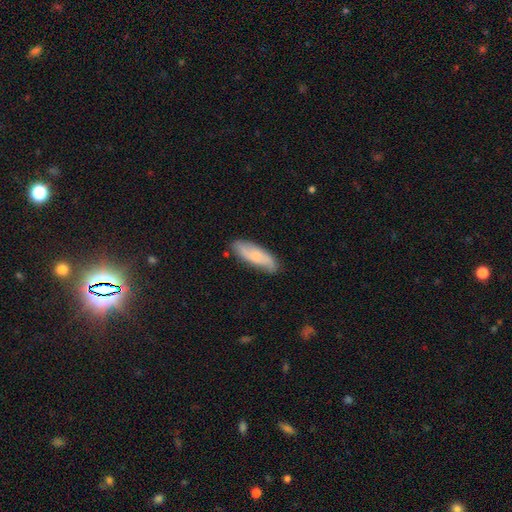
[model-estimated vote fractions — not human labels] Q: Smooth or featured?
A: smooth (55%); runner-up: featured or disk (39%)
Q: How rounded?
A: in between (53%); runner-up: cigar-shaped (45%)
Q: Merging?
A: none (80%); runner-up: minor disturbance (16%)